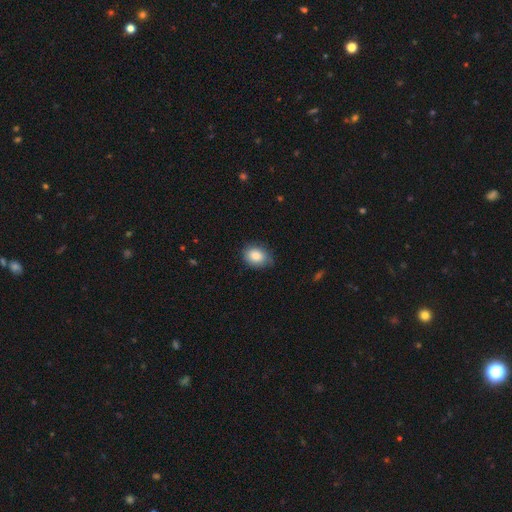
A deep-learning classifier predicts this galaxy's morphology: A smooth galaxy with no disk features (85%) that is in between round and cigar-shaped (64%).

Vote fractions:
- Smooth or featured? smooth: 85% / star or artifact: 8% / featured or disk: 8%
- How rounded? in between: 64% / round: 35% / cigar-shaped: 1%
- Merging? none: 69% / minor disturbance: 25% / major disturbance: 4% / merger: 1%